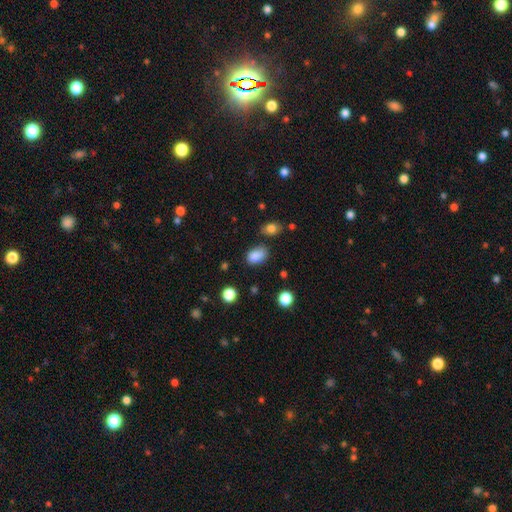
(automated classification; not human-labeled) Smooth or featured? smooth (85%)
How rounded? in between (81%)
Merging? none (65%)